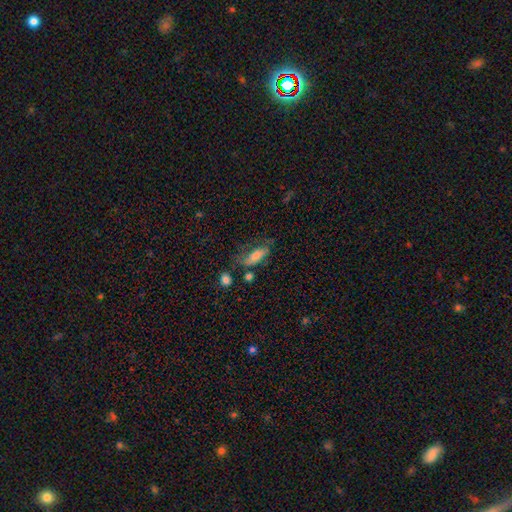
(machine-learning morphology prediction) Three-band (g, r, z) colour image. It shows a smooth galaxy with no disk features (66%) that is in between round and cigar-shaped (65%). Merging: none (43%).